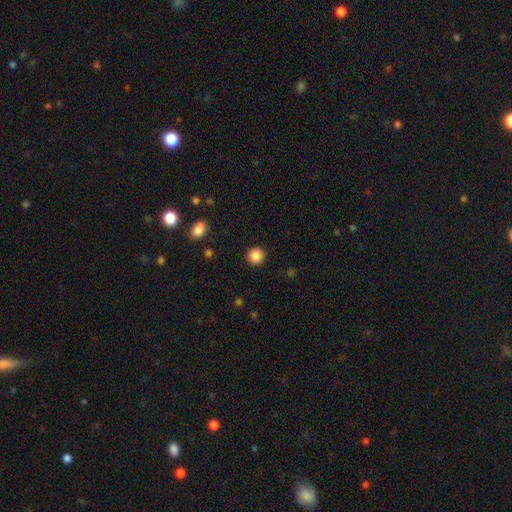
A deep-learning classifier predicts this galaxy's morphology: The model was most divided on "smooth or featured": smooth: 87%, star or artifact: 10%, featured or disk: 3%. More confident: how rounded — round (94%); merging — none (92%).